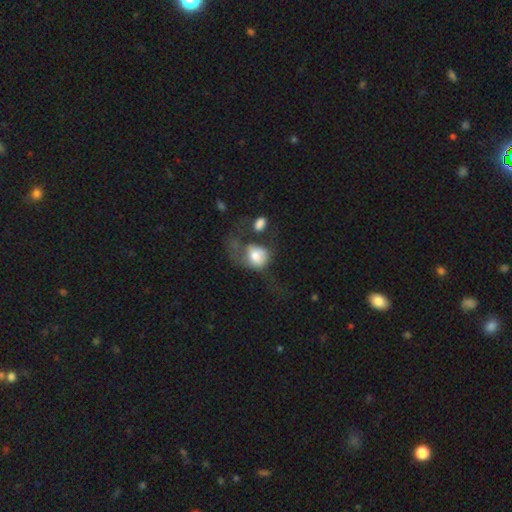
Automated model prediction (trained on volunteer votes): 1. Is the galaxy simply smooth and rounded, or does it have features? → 67% smooth, 24% featured or disk, 8% star or artifact.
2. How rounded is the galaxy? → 52% in between, 47% round, 1% cigar-shaped.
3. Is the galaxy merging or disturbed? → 49% major disturbance, 20% merger, 17% none, 14% minor disturbance.